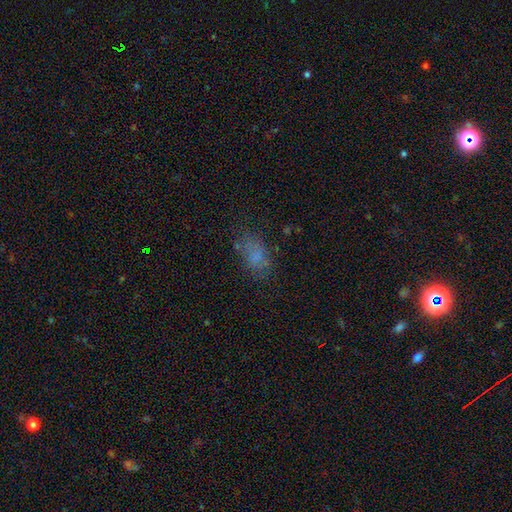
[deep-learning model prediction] This appears to be a smooth galaxy with no disk features (64%) that is in between round and cigar-shaped (85%). Merging: none (62%).